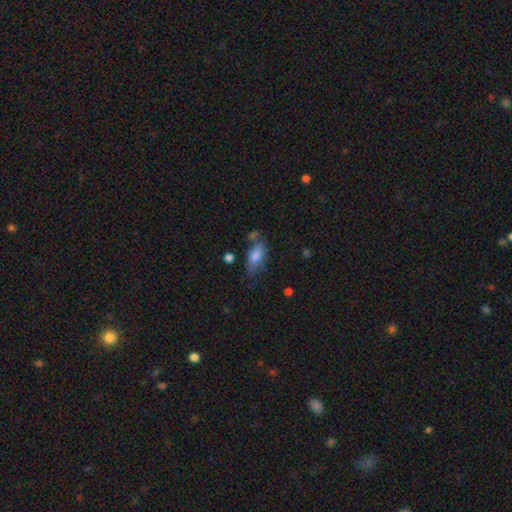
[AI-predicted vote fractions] smooth 72%, featured or disk 20%, star or artifact 8%. Down the decision tree: how rounded — in between (78%); merging — none (52%).